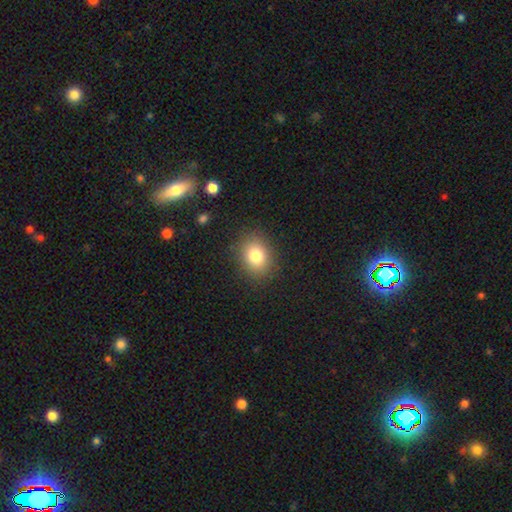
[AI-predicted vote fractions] smooth_or_featured: smooth (p=0.80) [alt: star or artifact p=0.11]
how_rounded: round (p=0.52) [alt: in between p=0.47]
merging: none (p=0.87) [alt: minor disturbance p=0.09]